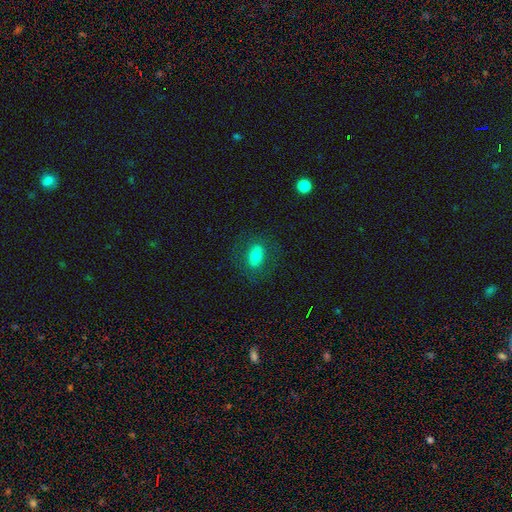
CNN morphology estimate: This is likely a smooth galaxy (68%). How rounded: likely in between (79%). Merging: likely none (80%).